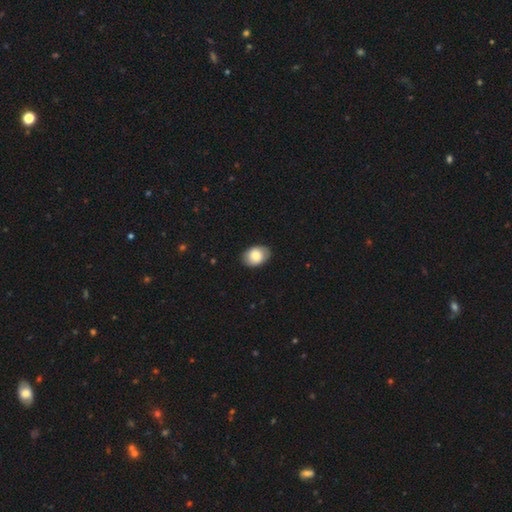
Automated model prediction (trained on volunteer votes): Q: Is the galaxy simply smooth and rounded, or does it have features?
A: smooth — 82%.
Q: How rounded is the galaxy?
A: in between — 76%.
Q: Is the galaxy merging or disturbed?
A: none — 85%.